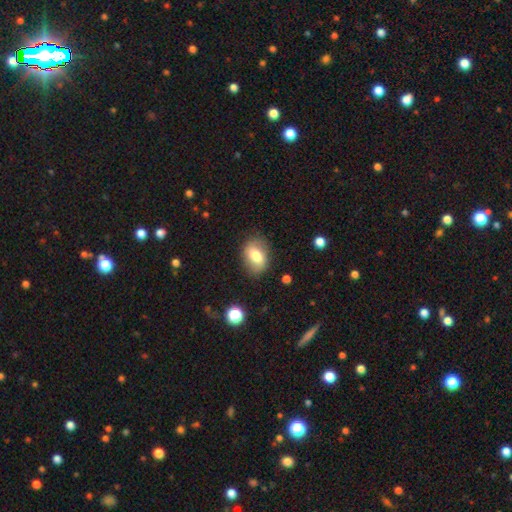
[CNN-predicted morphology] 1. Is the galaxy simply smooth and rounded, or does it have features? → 68% smooth, 24% featured or disk, 8% star or artifact.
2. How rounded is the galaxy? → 77% in between, 21% round, 2% cigar-shaped.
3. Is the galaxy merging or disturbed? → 79% none, 15% minor disturbance, 5% major disturbance, 1% merger.